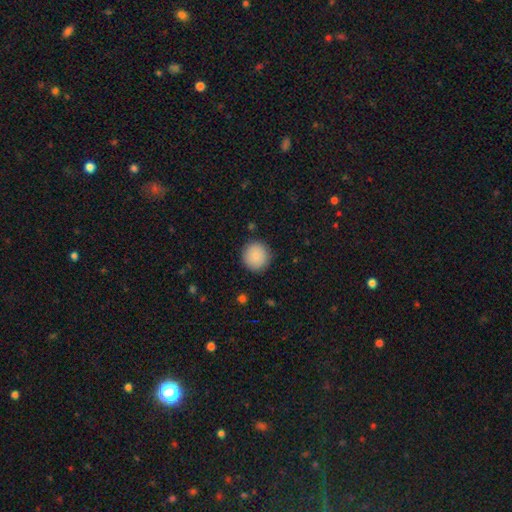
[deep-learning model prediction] Smooth or featured? smooth (88%)
How rounded? round (94%)
Merging? none (90%)